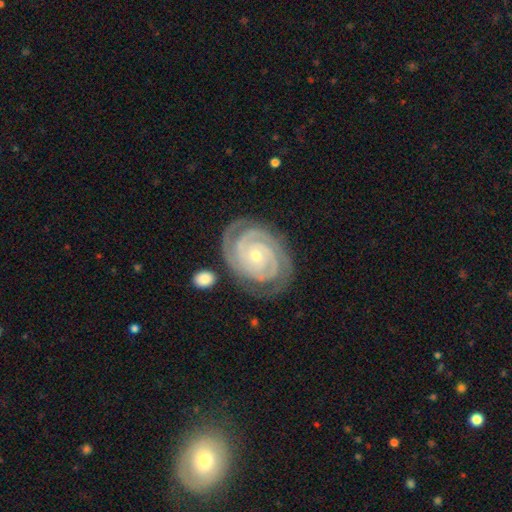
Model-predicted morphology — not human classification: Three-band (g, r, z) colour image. It shows a featured or disk galaxy (93%) with no bar (74%), 2 (56%) tight (86%) spiral arms (99%) and a small central bulge (72%). Merging: none (80%).